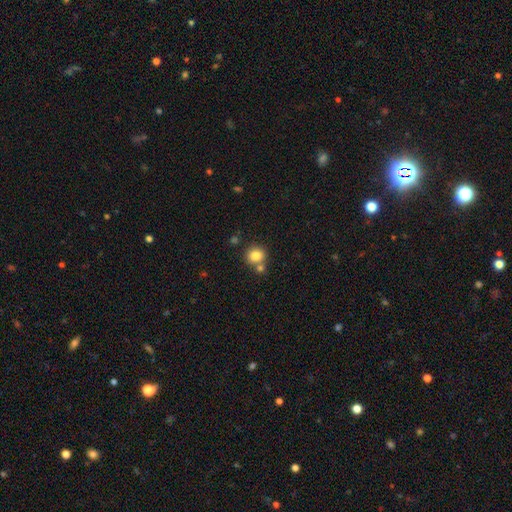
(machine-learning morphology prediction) A smooth galaxy with no disk features (82%) that is round (87%).

Vote fractions:
- Smooth or featured? smooth: 82% / star or artifact: 11% / featured or disk: 8%
- How rounded? round: 87% / in between: 12% / cigar-shaped: 1%
- Merging? none: 66% / merger: 23% / minor disturbance: 9% / major disturbance: 3%